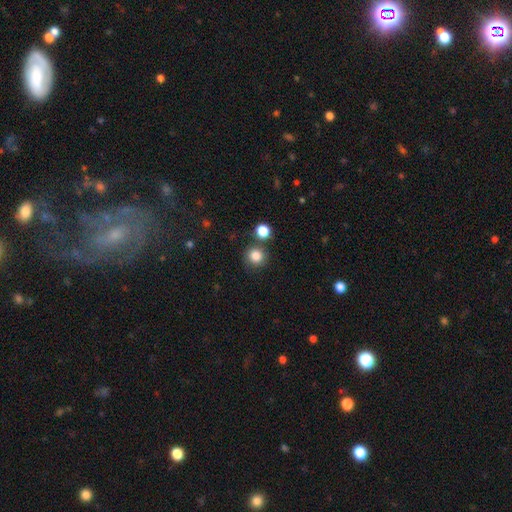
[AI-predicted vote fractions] smooth-or-featured: smooth: 84% | star or artifact: 11% | featured or disk: 5%
  how-rounded: round: 92% | in between: 7% | cigar-shaped: 1%
  merging: none: 77% | merger: 11% | minor disturbance: 9% | major disturbance: 3%